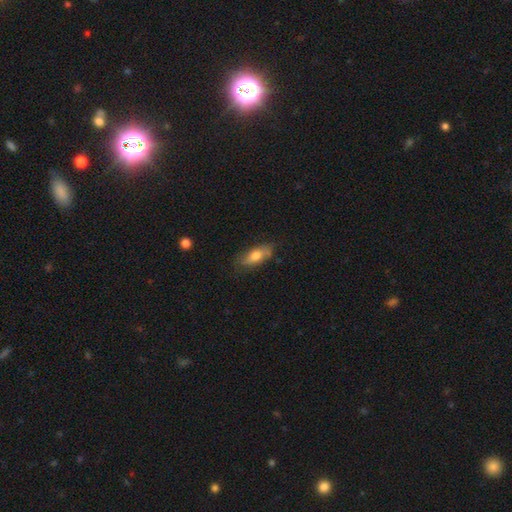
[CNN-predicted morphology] Overall: smooth (66%; featured or disk 27%). How rounded: in between (71%). Merging: none (74%).